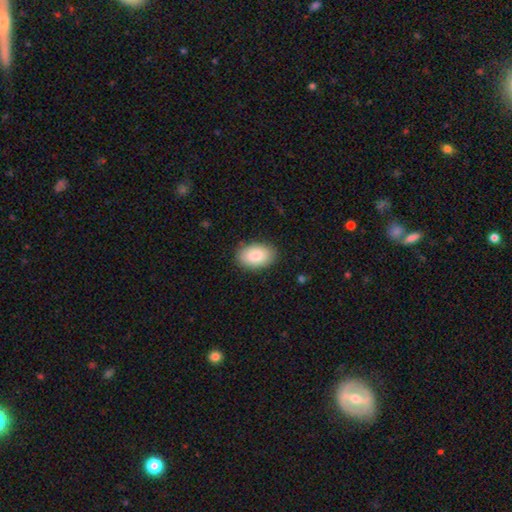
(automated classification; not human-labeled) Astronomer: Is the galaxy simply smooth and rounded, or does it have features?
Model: smooth — 86%.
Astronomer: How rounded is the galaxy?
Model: in between — 89%.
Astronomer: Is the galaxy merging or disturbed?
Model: none — 87%.